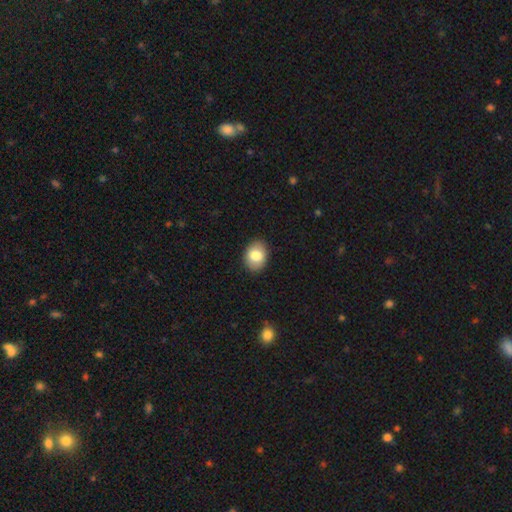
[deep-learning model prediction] Overall: smooth (81%). How rounded: in between (67%; round 32%). Merging: none (89%).